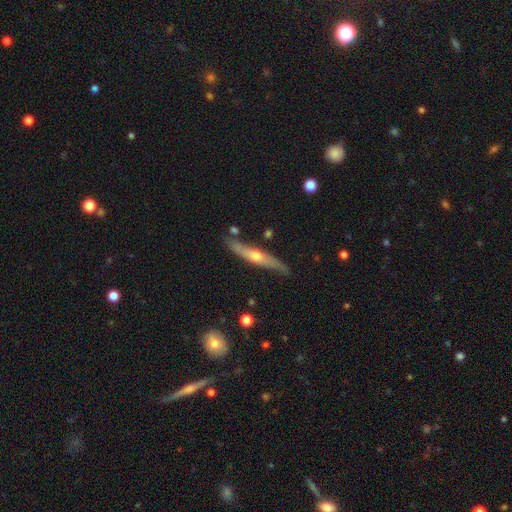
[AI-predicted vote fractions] This is likely a featured or disk galaxy (72%). It is clearly viewed edge-on (91%). Edge-on bulge: clearly rounded (90%). Merging: clearly none (81%).